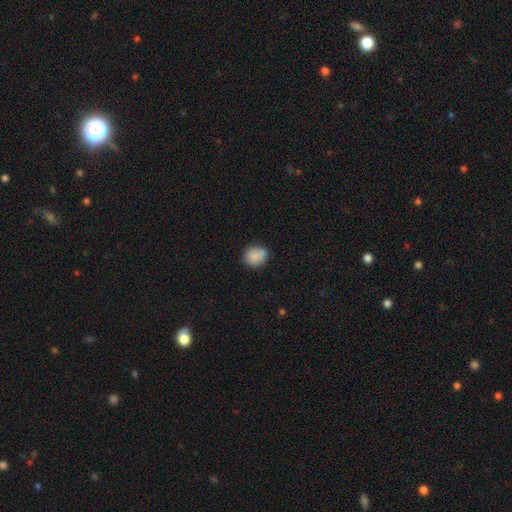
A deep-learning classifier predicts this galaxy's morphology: Smooth or featured? smooth (86%)
How rounded? round (71%)
Merging? none (71%)